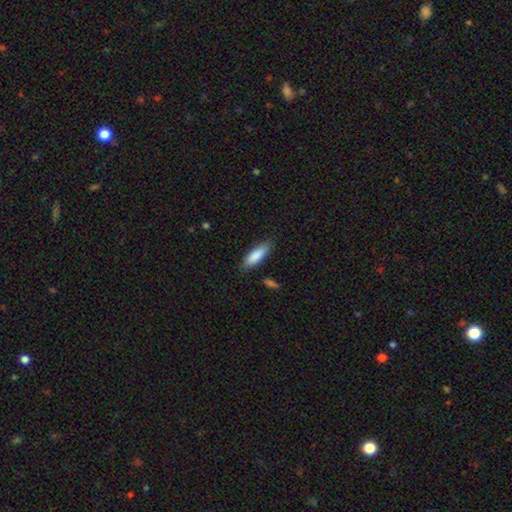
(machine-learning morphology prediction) Q: Smooth or featured?
A: smooth (85%); runner-up: featured or disk (9%)
Q: How rounded?
A: in between (50%); runner-up: cigar-shaped (48%)
Q: Merging?
A: none (80%); runner-up: minor disturbance (15%)